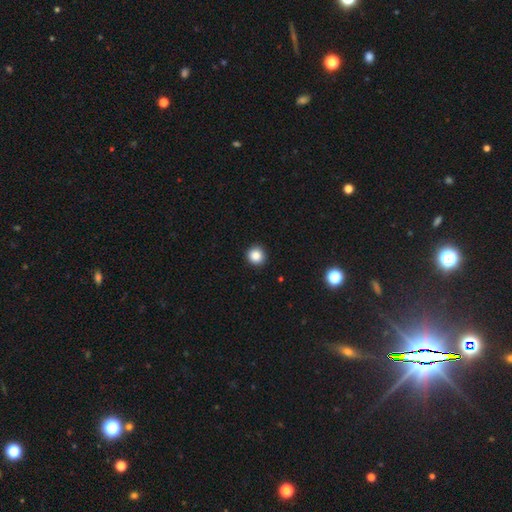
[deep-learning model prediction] Smooth or featured? Predicted: smooth (p=0.86). How rounded? Predicted: round (p=0.94). Merging? Predicted: none (p=0.93).